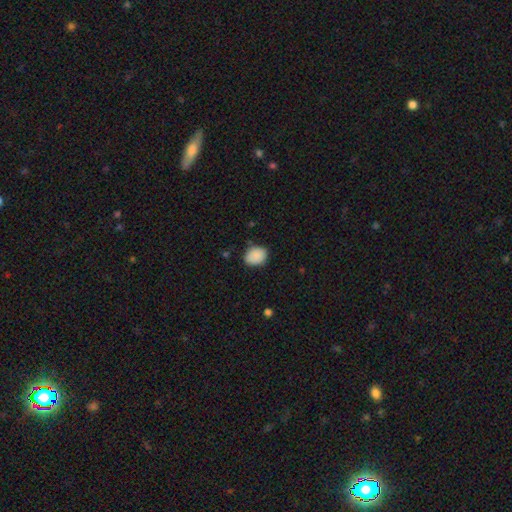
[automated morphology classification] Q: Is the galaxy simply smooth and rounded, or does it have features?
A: smooth — 88%.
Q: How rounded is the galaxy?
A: in between — 53%.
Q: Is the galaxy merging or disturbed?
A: none — 77%.